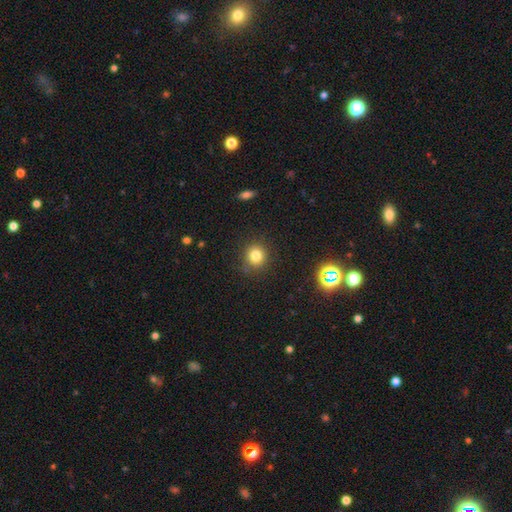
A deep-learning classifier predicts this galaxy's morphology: Overall: smooth (81%). How rounded: round (87%). Merging: none (87%).